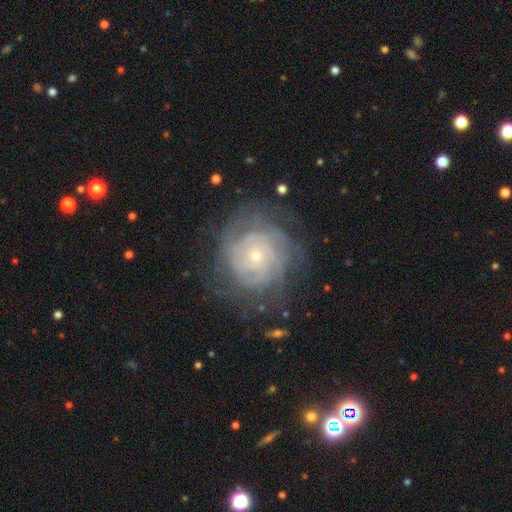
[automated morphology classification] The model was most divided on "spiral arm count": can't tell: 47%, 4: 15%, 3: 13%, 2: 12%, more than 4: 8%, 1: 5%. More confident: edge-on disk — no (97%); spiral arms — yes (90%); bar — no (81%); smooth or featured — featured or disk (78%); bulge size — small (75%); spiral winding — tight (75%); merging — none (71%).